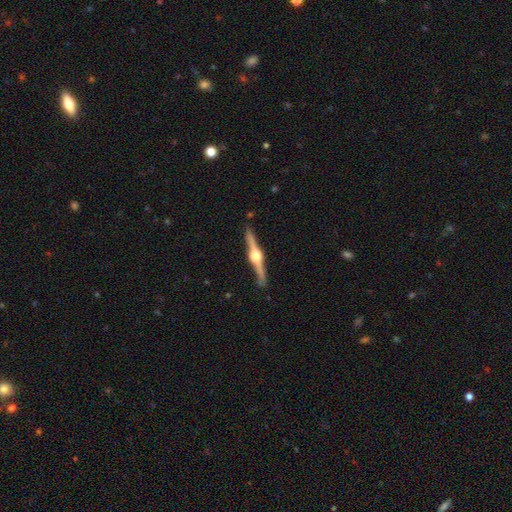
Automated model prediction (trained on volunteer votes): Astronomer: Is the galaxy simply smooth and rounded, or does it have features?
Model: featured or disk — 87%.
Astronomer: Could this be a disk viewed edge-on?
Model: yes — 98%.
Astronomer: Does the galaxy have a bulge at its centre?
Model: rounded — 96%.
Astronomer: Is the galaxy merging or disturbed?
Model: none — 90%.